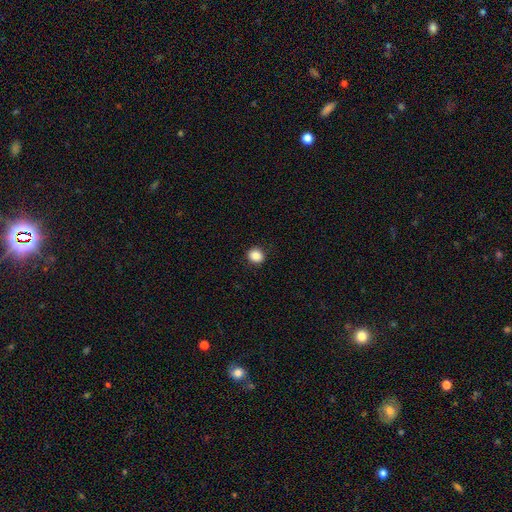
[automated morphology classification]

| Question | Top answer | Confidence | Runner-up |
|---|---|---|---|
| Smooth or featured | smooth | 86% | star or artifact (10%) |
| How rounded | round | 82% | in between (17%) |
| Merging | none | 91% | minor disturbance (6%) |